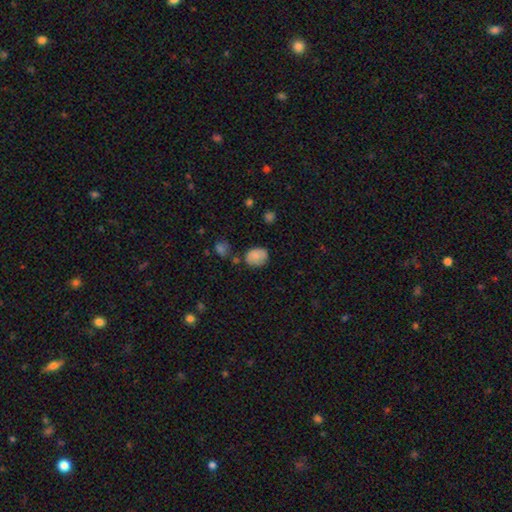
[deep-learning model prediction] Overall: smooth (82%). How rounded: in between (63%; round 36%). Merging: none (67%).